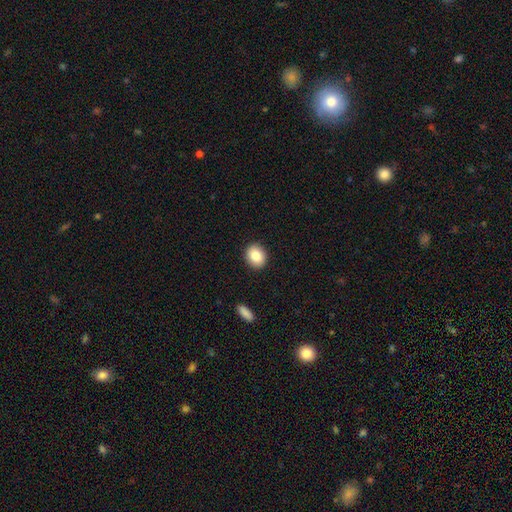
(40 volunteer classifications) Morphology: type=smooth (90%); roundness=in between (67%); merging=none (97%).